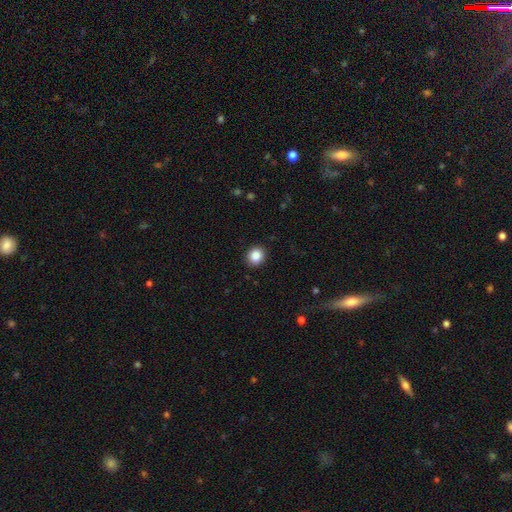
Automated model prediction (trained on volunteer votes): This appears to be a smooth galaxy with no disk features (88%) that is round (79%). Merging: none (91%).